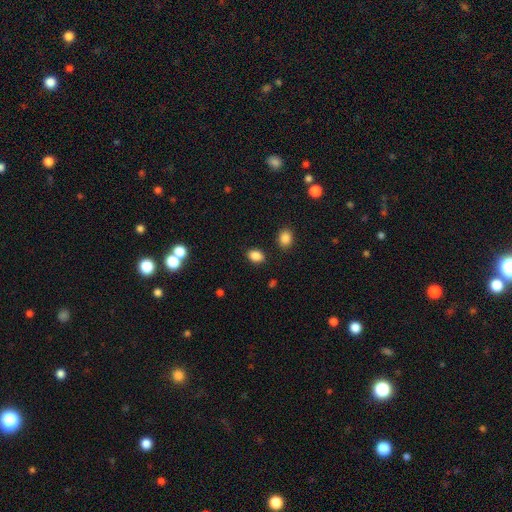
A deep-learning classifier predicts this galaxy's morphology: Overall: smooth (86%). How rounded: in between (77%). Merging: none (86%).